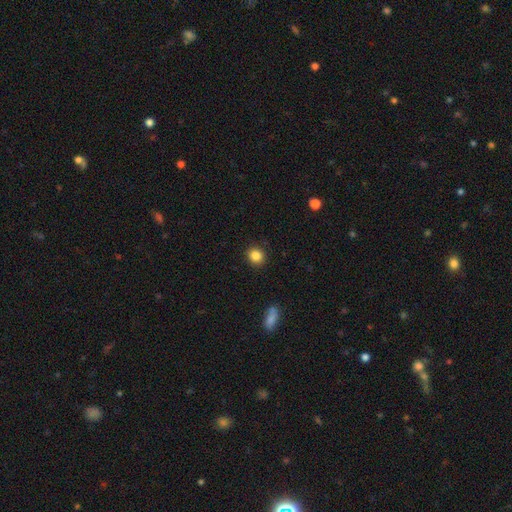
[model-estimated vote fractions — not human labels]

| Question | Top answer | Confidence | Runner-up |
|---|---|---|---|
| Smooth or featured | smooth | 85% | star or artifact (10%) |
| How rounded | round | 87% | in between (12%) |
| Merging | none | 90% | minor disturbance (6%) |